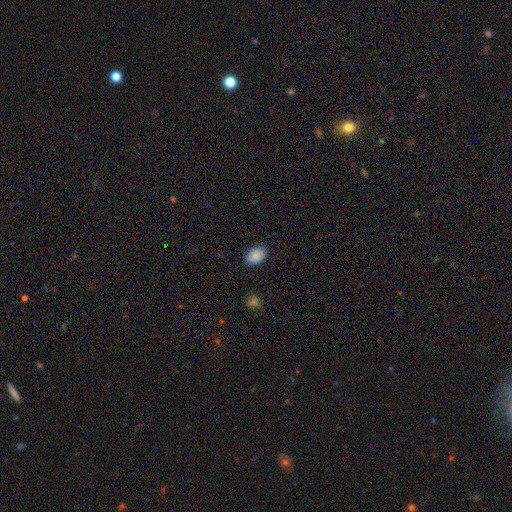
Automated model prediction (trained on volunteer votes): A smooth galaxy with no disk features (89%) that is in between round and cigar-shaped (88%).

Vote fractions:
- Smooth or featured? smooth: 89% / star or artifact: 8% / featured or disk: 4%
- How rounded? in between: 88% / round: 11% / cigar-shaped: 1%
- Merging? none: 88% / minor disturbance: 9% / major disturbance: 2% / merger: 1%